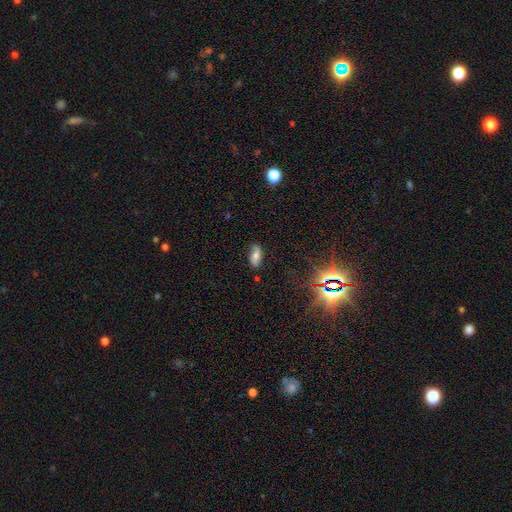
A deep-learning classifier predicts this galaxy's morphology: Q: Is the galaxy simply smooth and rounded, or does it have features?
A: smooth — 53%.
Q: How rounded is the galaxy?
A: in between — 87%.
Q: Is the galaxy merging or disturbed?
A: none — 77%.